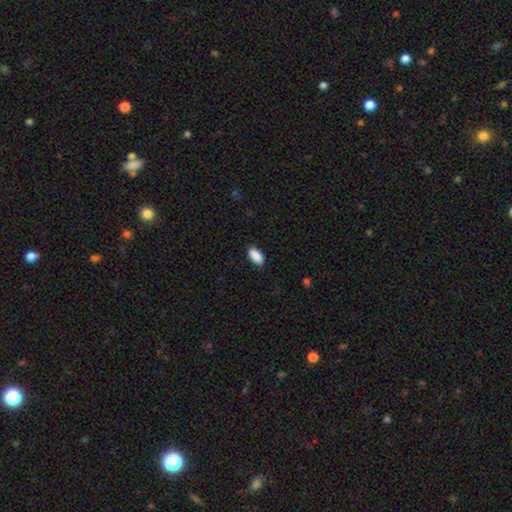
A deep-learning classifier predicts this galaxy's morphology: smooth_or_featured: smooth (p=0.90) [alt: star or artifact p=0.07]
how_rounded: in between (p=0.90) [alt: cigar-shaped p=0.07]
merging: none (p=0.87) [alt: minor disturbance p=0.10]